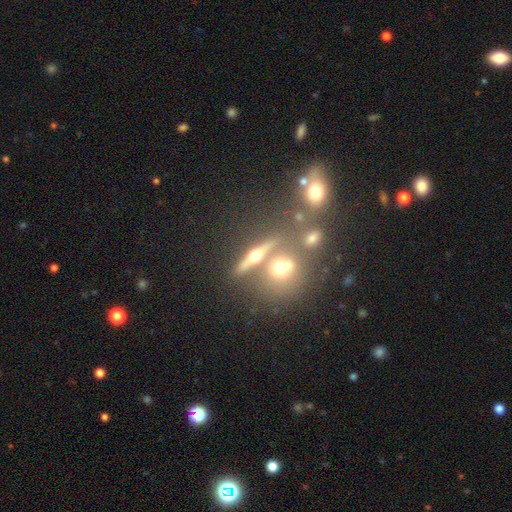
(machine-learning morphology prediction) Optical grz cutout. It shows a featured or disk galaxy (61%) viewed edge-on (86%) with a rounded central bulge (95%). Merging: none (71%).